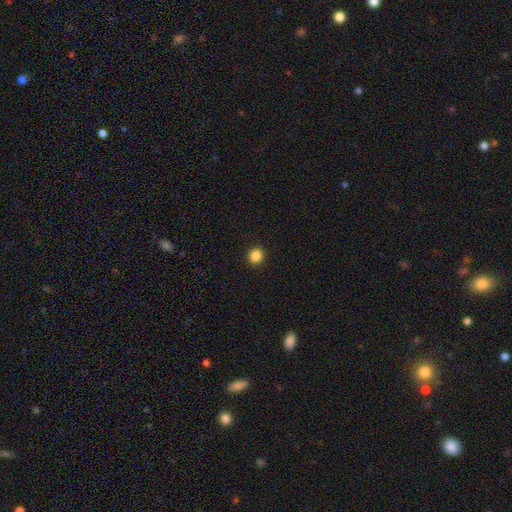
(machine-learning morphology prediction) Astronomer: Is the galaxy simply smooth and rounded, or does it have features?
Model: smooth — 86%.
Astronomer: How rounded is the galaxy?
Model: round — 92%.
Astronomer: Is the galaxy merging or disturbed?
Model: none — 93%.